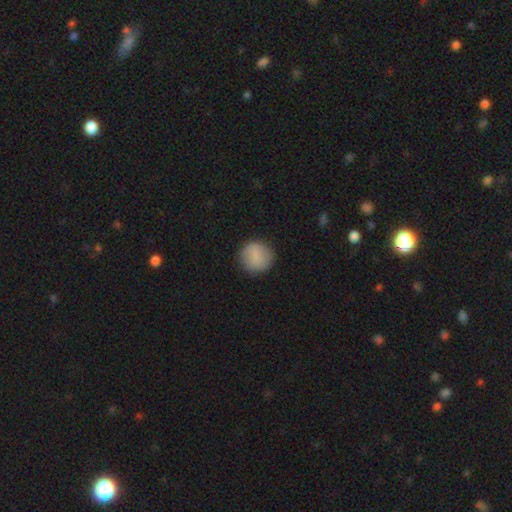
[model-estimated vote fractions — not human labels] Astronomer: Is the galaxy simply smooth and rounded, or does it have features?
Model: smooth — 85%.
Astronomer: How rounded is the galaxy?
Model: round — 93%.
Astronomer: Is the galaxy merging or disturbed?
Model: none — 88%.